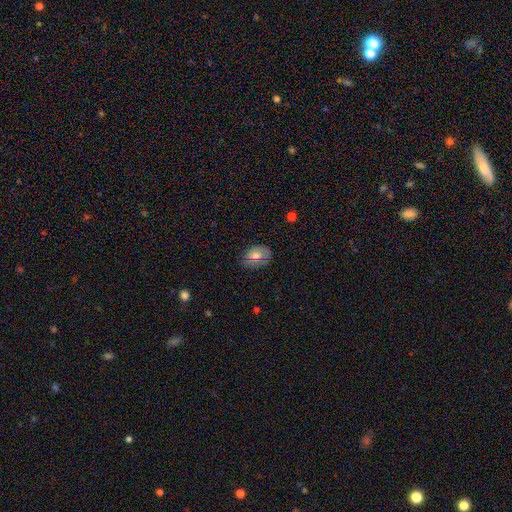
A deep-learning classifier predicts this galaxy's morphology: A smooth galaxy with no disk features (64%) that is in between round and cigar-shaped (76%). Merging: none (70%).